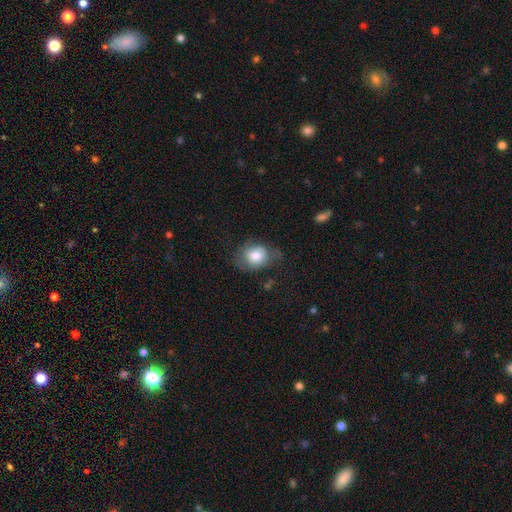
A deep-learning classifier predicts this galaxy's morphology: A smooth galaxy with no disk features (76%) that is in between round and cigar-shaped (51%). Merging: none (52%).